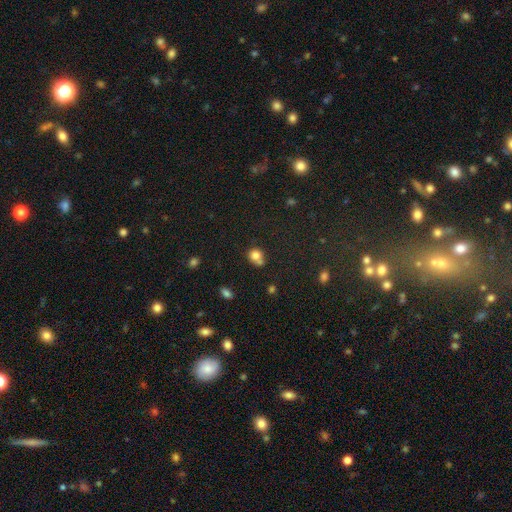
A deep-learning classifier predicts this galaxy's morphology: This is likely a smooth galaxy (78%). How rounded: likely round (75%). Merging: marginally none (44%).